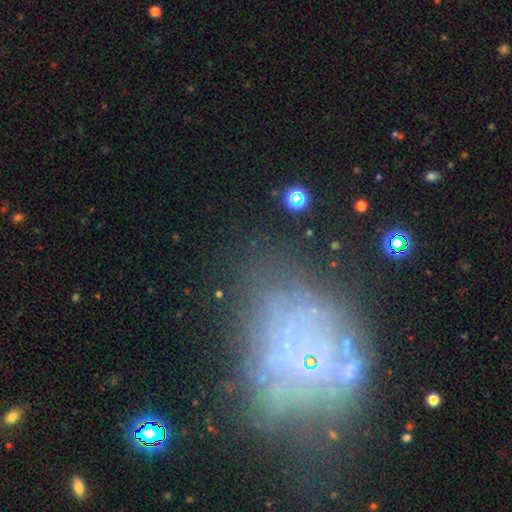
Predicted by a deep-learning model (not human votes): Q: Smooth or featured?
A: featured or disk (48%); runner-up: star or artifact (28%)
Q: Merging?
A: none (59%); runner-up: minor disturbance (19%)